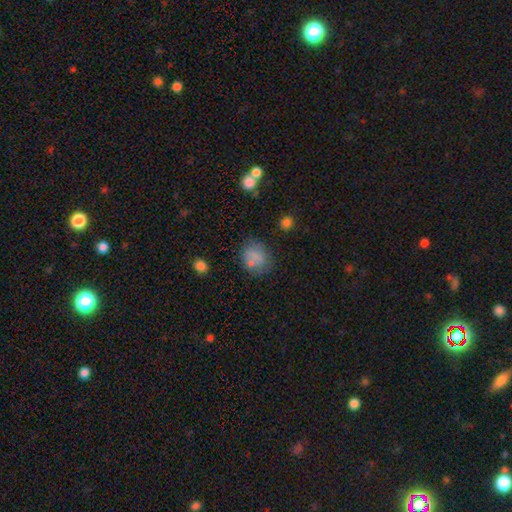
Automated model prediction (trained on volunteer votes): This is likely a smooth galaxy (73%). How rounded: possibly round (57%). Merging: likely none (60%).